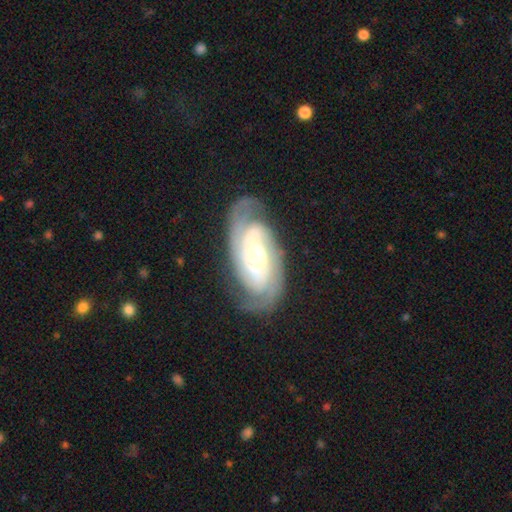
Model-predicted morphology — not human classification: featured or disk 88%, smooth 7%, star or artifact 5%. Down the decision tree: edge-on disk — no (95%); bar — no (58%); spiral arms — yes (97%); spiral arm count — 2 (49%); spiral winding — tight (68%); bulge size — moderate (51%); merging — none (78%).